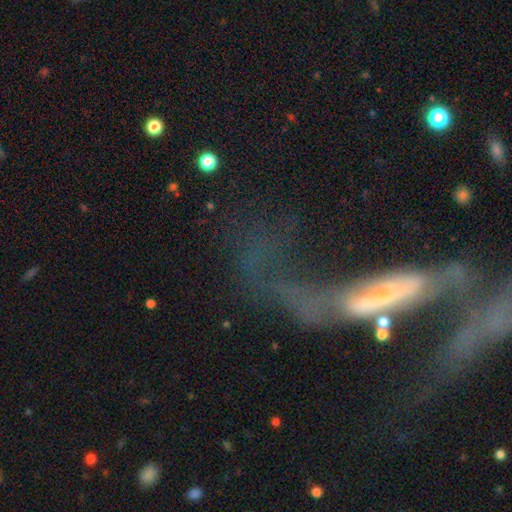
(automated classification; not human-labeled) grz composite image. It shows a featured or disk galaxy (62%). Merging: major disturbance (34%, tied with merger).